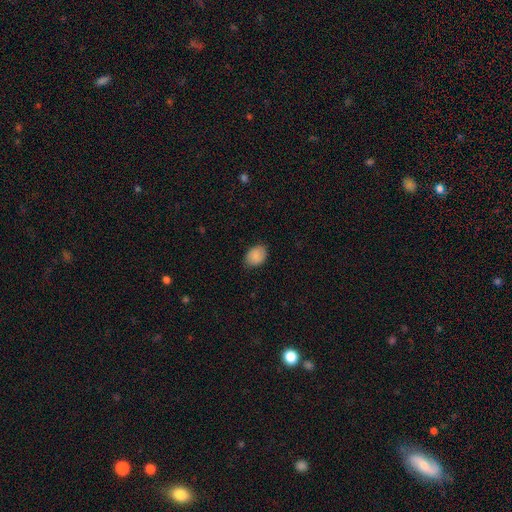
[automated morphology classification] This appears to be a smooth galaxy with no disk features (89%) that is in between round and cigar-shaped (71%). Merging: none (82%).